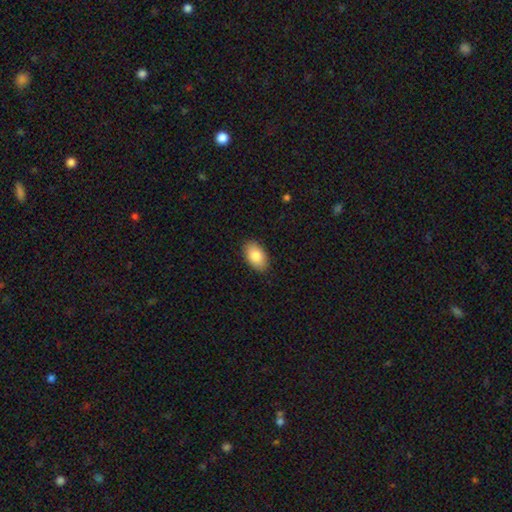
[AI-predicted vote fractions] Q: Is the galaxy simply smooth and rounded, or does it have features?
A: smooth — 84%.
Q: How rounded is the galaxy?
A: in between — 93%.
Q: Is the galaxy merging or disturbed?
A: none — 88%.